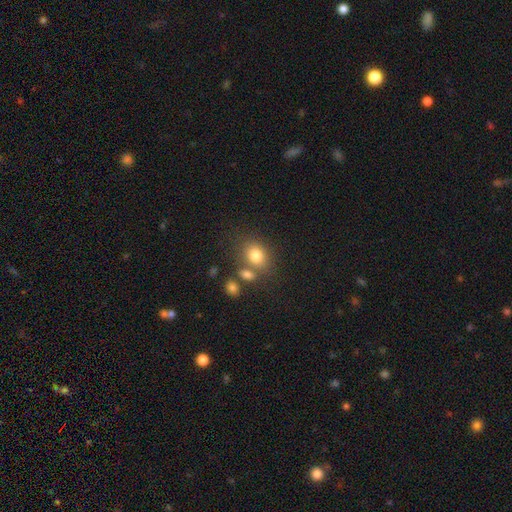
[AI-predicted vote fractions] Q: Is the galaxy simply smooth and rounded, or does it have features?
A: smooth — 79%.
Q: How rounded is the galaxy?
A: in between — 51%.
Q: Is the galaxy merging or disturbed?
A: none — 60%.